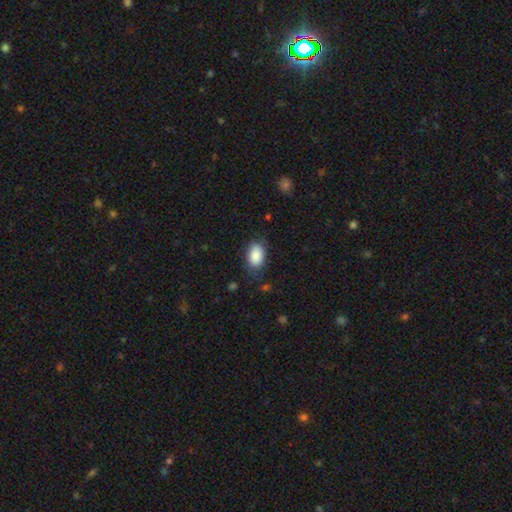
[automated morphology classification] Overall: smooth (87%). How rounded: in between (89%). Merging: none (73%).